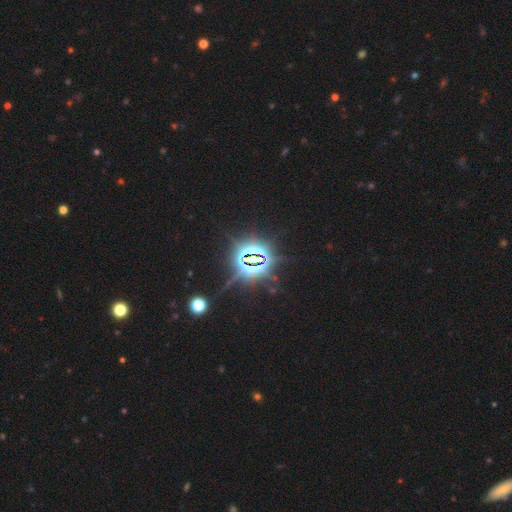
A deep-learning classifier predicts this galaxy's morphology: A star or artifact, not a galaxy (85%).